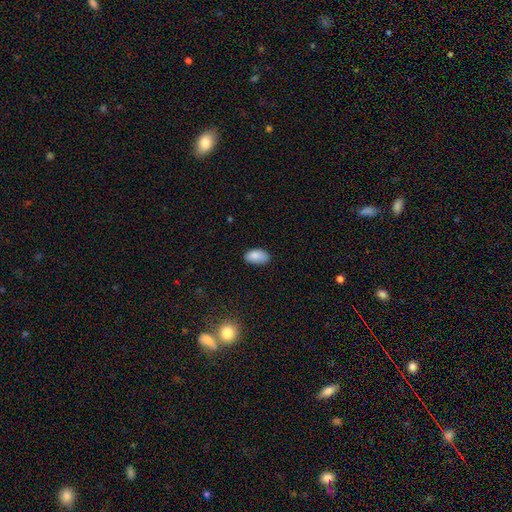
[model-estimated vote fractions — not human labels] Morphology: type=smooth (86%); roundness=in between (94%); merging=none (72%).